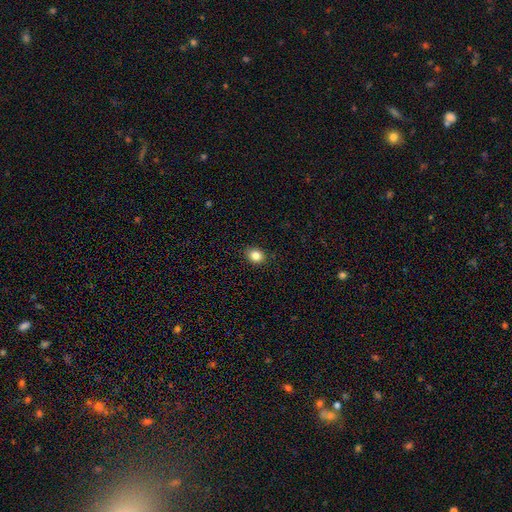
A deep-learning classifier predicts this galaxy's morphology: Smooth or featured: smooth — 85% (star or artifact — 10%)
How rounded: round — 58% (in between — 41%)
Merging: none — 89% (minor disturbance — 8%)